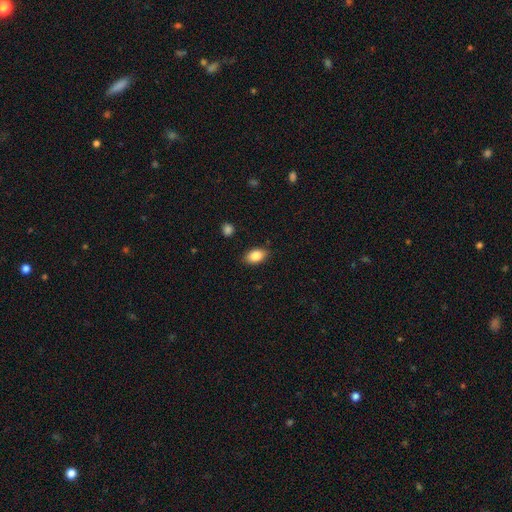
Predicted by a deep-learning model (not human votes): smooth_or_featured: smooth (p=0.86) [alt: star or artifact p=0.08]
how_rounded: in between (p=0.89) [alt: round p=0.09]
merging: none (p=0.86) [alt: minor disturbance p=0.10]